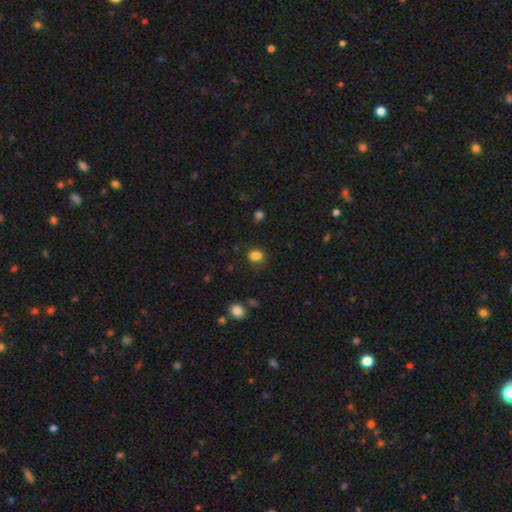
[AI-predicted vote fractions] Smooth or featured? Predicted: smooth (p=0.81). How rounded? Predicted: round (p=0.51). Merging? Predicted: none (p=0.68).